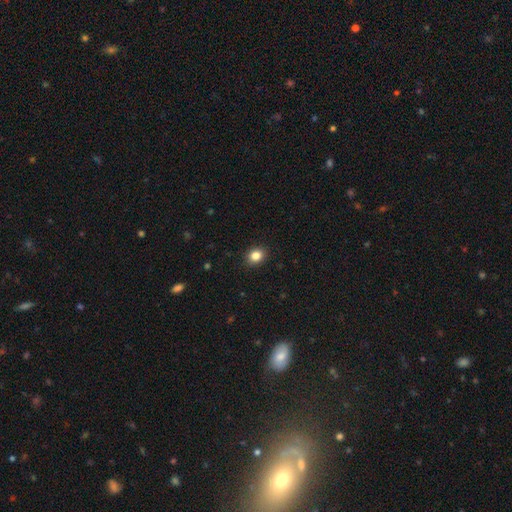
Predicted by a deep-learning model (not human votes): Smooth or featured: smooth — 84% (star or artifact — 11%)
How rounded: round — 57% (in between — 42%)
Merging: none — 91% (minor disturbance — 7%)